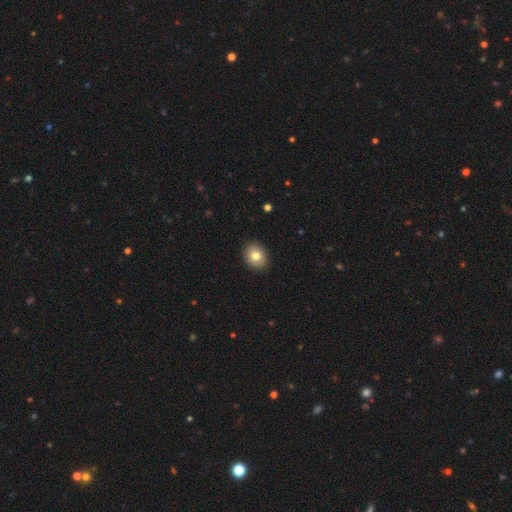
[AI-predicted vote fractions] smooth_or_featured: smooth (p=0.80) [alt: featured or disk p=0.11]
how_rounded: round (p=0.55) [alt: in between p=0.44]
merging: none (p=0.91) [alt: minor disturbance p=0.07]